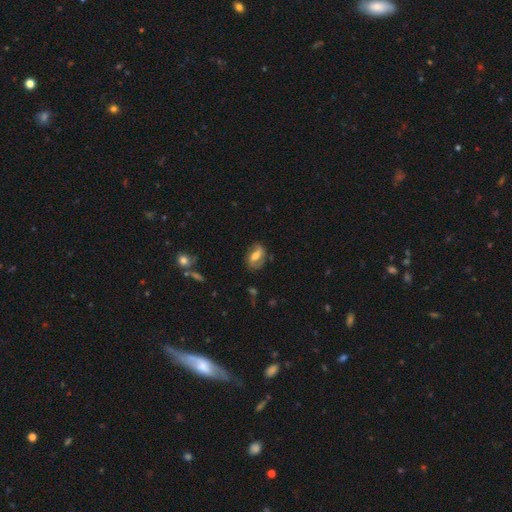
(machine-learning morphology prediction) smooth_or_featured: smooth (p=0.47) [alt: featured or disk p=0.45]
merging: none (p=0.68) [alt: minor disturbance p=0.22]